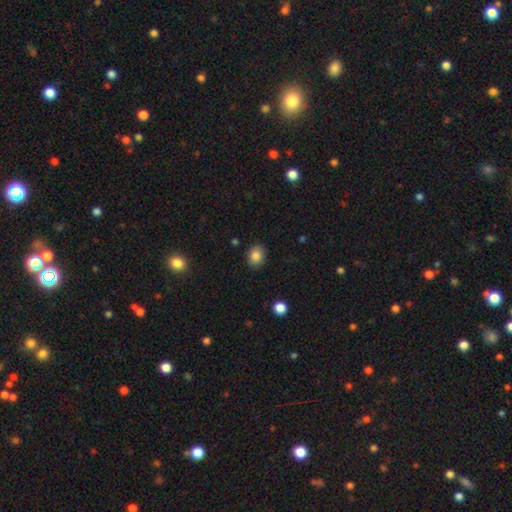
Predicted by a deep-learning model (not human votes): smooth 85%, star or artifact 10%, featured or disk 5%. Down the decision tree: how rounded — round (52%); merging — none (86%).